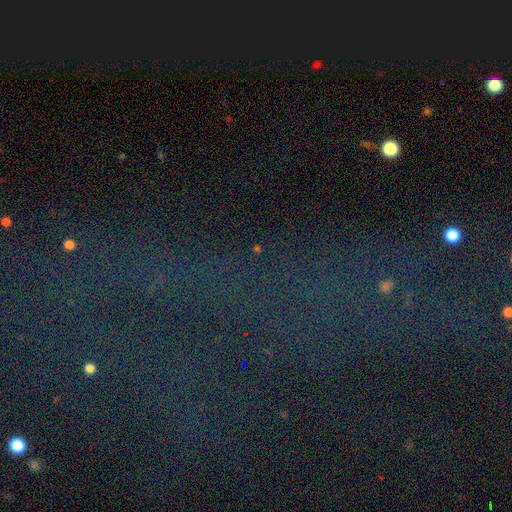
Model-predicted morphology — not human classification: smooth-or-featured: star or artifact: 78% | smooth: 12% | featured or disk: 11%